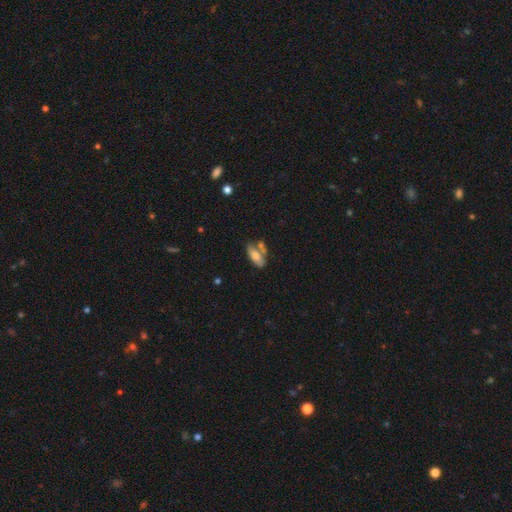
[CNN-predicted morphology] Overall: smooth (71%). How rounded: in between (83%). Merging: none (47%; merger 28%).